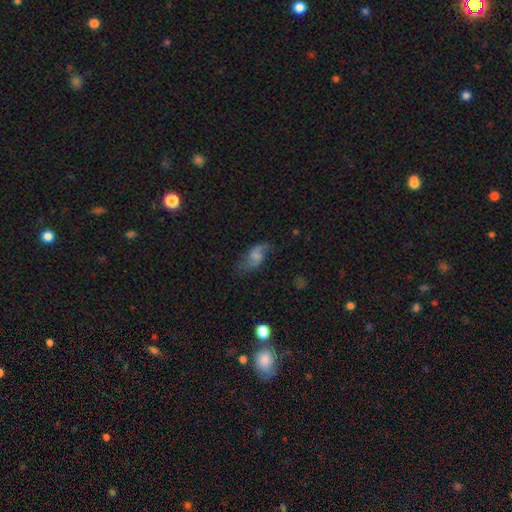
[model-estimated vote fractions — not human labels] Smooth or featured? Predicted: featured or disk (p=0.45, tied with smooth). Merging? Predicted: none (p=0.54).